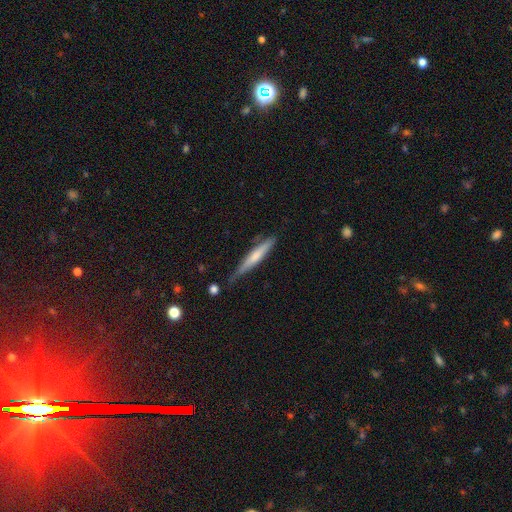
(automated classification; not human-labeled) Smooth or featured: smooth — 54% (featured or disk — 41%)
How rounded: cigar-shaped — 93% (in between — 5%)
Merging: none — 68% (minor disturbance — 24%)